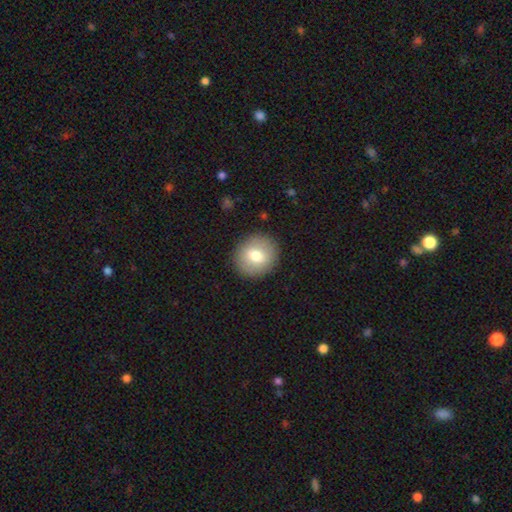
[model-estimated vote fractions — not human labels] Smooth or featured? Predicted: smooth (p=0.72). How rounded? Predicted: round (p=0.86). Merging? Predicted: none (p=0.90).